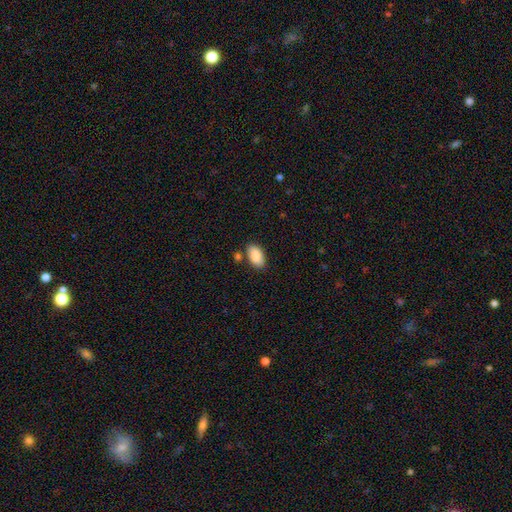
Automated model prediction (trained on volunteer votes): smooth-or-featured: smooth: 87% | star or artifact: 7% | featured or disk: 6%
  how-rounded: in between: 94% | round: 4% | cigar-shaped: 2%
  merging: none: 78% | minor disturbance: 13% | merger: 7% | major disturbance: 3%